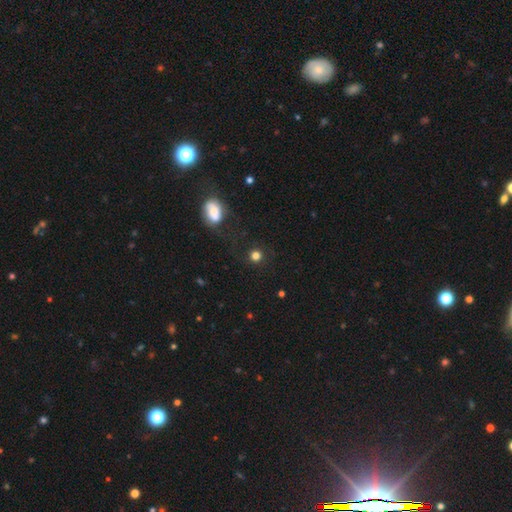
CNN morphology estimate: A smooth galaxy with no disk features (79%) that is round (91%). Merging: none (86%).